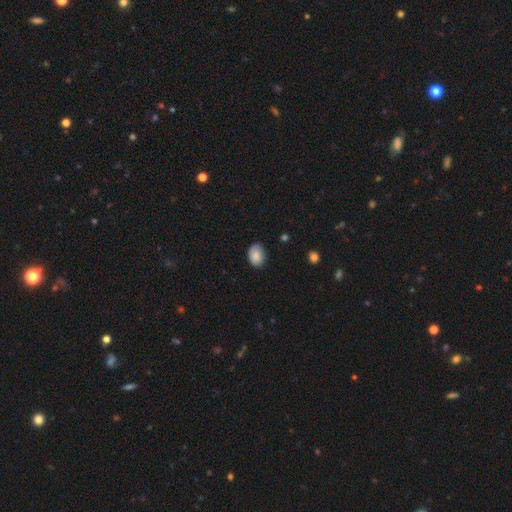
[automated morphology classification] type=smooth (86%); roundness=in between (74%); merging=none (77%).